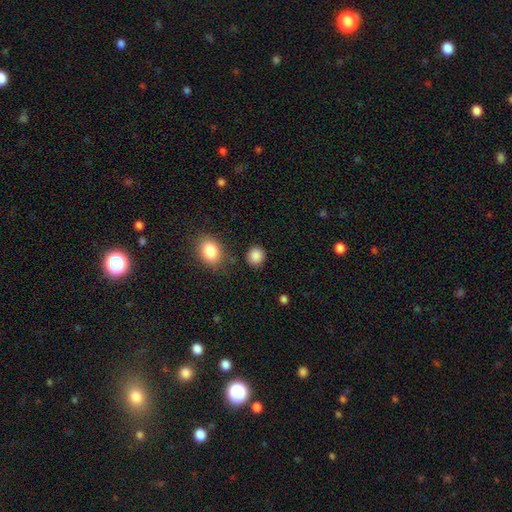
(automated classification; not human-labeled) smooth 88%, star or artifact 9%, featured or disk 3%. Down the decision tree: how rounded — round (81%); merging — none (85%).